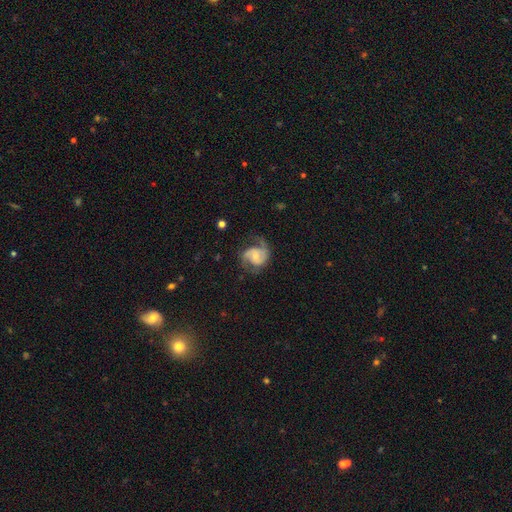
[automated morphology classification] This is clearly a featured or disk galaxy (82%). It is clearly not viewed edge-on (98%). Bar: possibly no (57%). Spiral arm pattern: clearly yes (95%). Spiral arm count: clearly 2 (82%). Spiral winding: possibly medium (48%). Central bulge: possibly moderate (48%). Merging: likely none (60%).